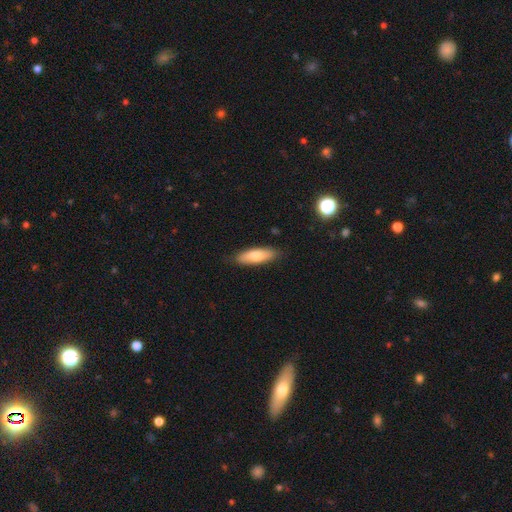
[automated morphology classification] Smooth or featured?
  - smooth: 73% *
  - featured or disk: 21%
  - star or artifact: 6%
How rounded?
  - in between: 58% *
  - cigar-shaped: 40%
  - round: 2%
Merging?
  - none: 85% *
  - minor disturbance: 12%
  - major disturbance: 2%
  - merger: 1%